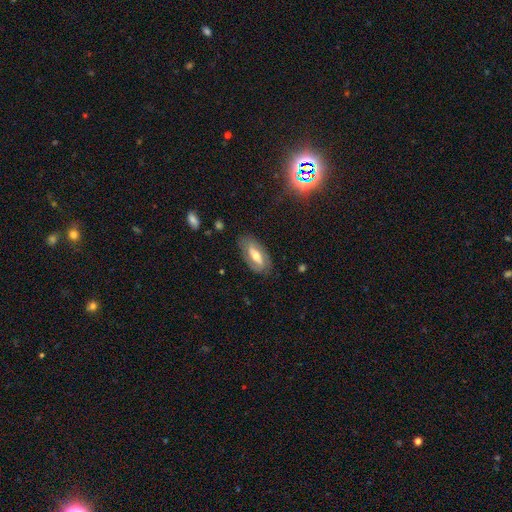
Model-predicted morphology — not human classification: smooth-or-featured: featured or disk: 56% | smooth: 37% | star or artifact: 7%
  disk-edge-on: no: 82% | yes: 18%
  merging: none: 78% | minor disturbance: 16% | major disturbance: 5% | merger: 1%